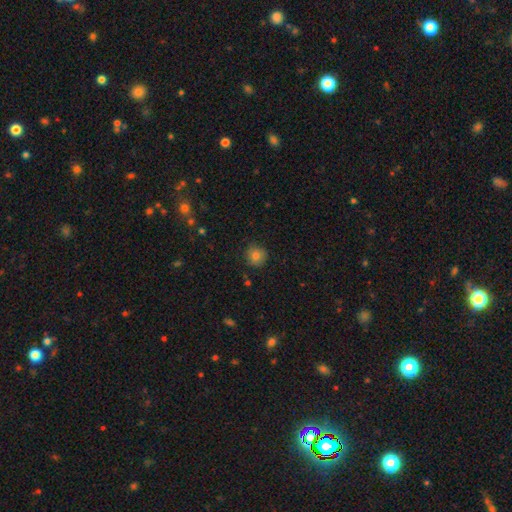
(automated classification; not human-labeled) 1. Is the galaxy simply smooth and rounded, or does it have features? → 81% smooth, 11% star or artifact, 8% featured or disk.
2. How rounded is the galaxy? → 92% round, 7% in between, 1% cigar-shaped.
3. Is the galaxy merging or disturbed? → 84% none, 12% minor disturbance, 2% major disturbance, 1% merger.